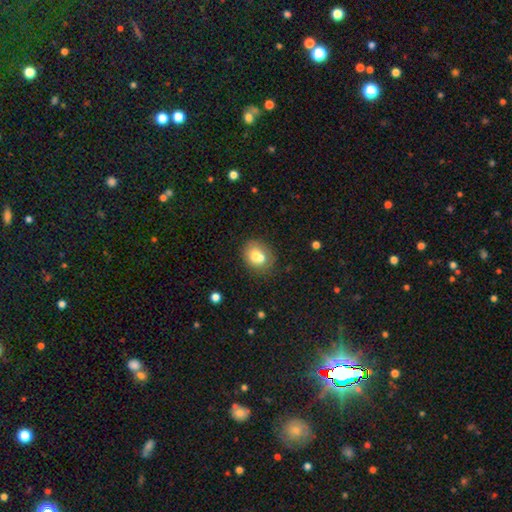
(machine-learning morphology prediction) Smooth or featured: smooth — 69% (featured or disk — 22%)
How rounded: round — 54% (in between — 45%)
Merging: none — 43% (merger — 39%)